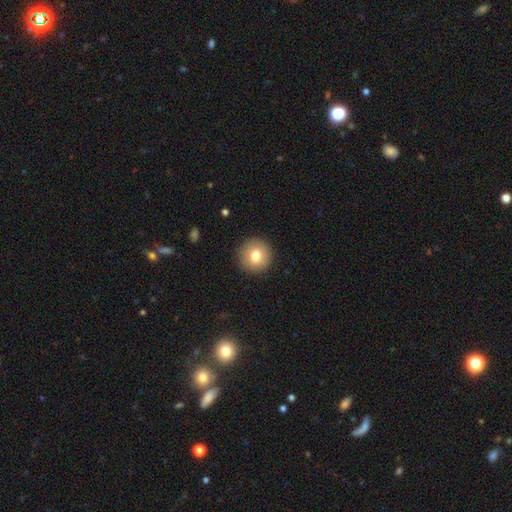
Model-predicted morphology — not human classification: Smooth or featured? Predicted: smooth (p=0.78). How rounded? Predicted: round (p=0.95). Merging? Predicted: none (p=0.92).